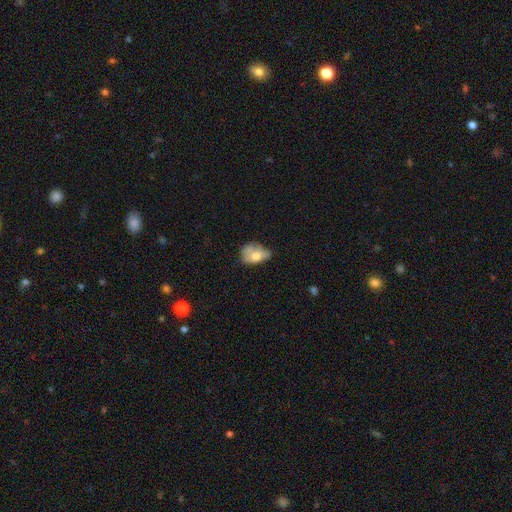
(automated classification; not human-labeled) smooth 62%, featured or disk 29%, star or artifact 9%. Down the decision tree: how rounded — in between (75%); merging — minor disturbance (36%).